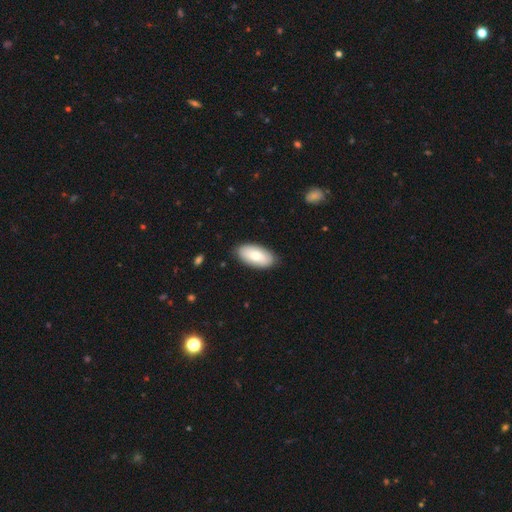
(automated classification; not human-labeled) smooth_or_featured: smooth (p=0.76) [alt: featured or disk p=0.19]
how_rounded: in between (p=0.95) [alt: cigar-shaped p=0.03]
merging: none (p=0.87) [alt: minor disturbance p=0.10]